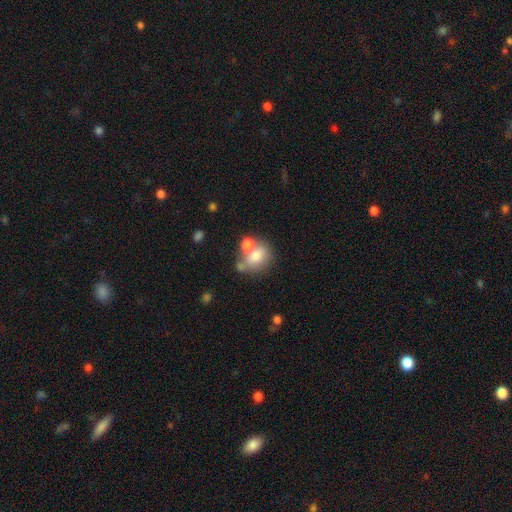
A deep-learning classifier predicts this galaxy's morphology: A smooth galaxy with no disk features (69%) that is round (52%).

Vote fractions:
- Smooth or featured? smooth: 69% / featured or disk: 21% / star or artifact: 10%
- How rounded? round: 52% / in between: 46% / cigar-shaped: 1%
- Merging? none: 43% / merger: 36% / minor disturbance: 14% / major disturbance: 7%